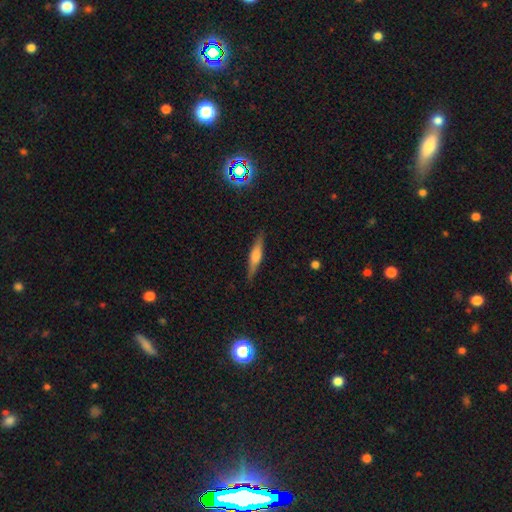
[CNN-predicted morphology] This is possibly a featured or disk galaxy (53%). It is clearly viewed edge-on (96%). Edge-on bulge: likely rounded (75%). Merging: clearly none (88%).